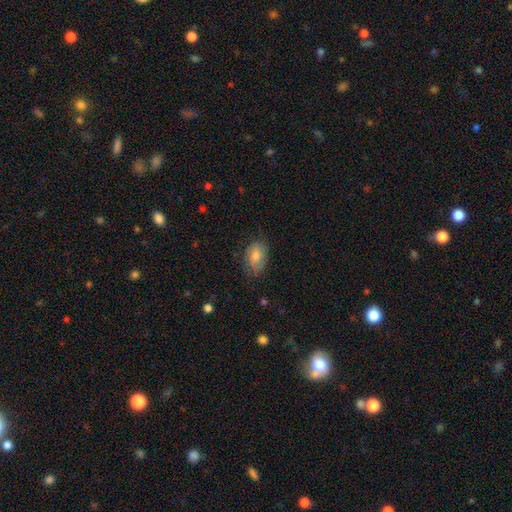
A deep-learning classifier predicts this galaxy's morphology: A smooth galaxy with no disk features (63%) that is in between round and cigar-shaped (86%).

Vote fractions:
- Smooth or featured? smooth: 63% / featured or disk: 28% / star or artifact: 9%
- How rounded? in between: 86% / round: 12% / cigar-shaped: 2%
- Merging? none: 73% / minor disturbance: 21% / major disturbance: 5% / merger: 1%